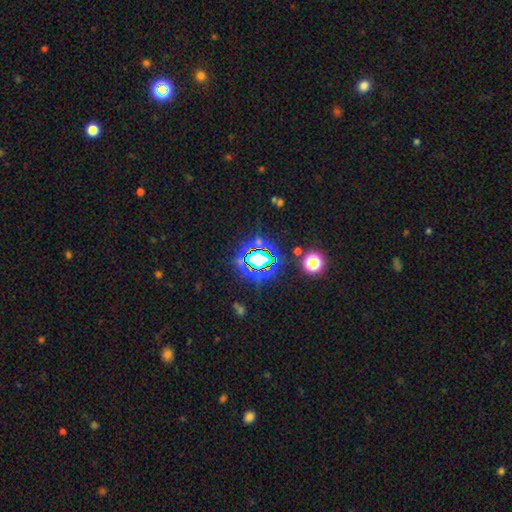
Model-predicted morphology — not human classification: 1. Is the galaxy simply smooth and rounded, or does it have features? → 72% star or artifact, 17% smooth, 11% featured or disk.